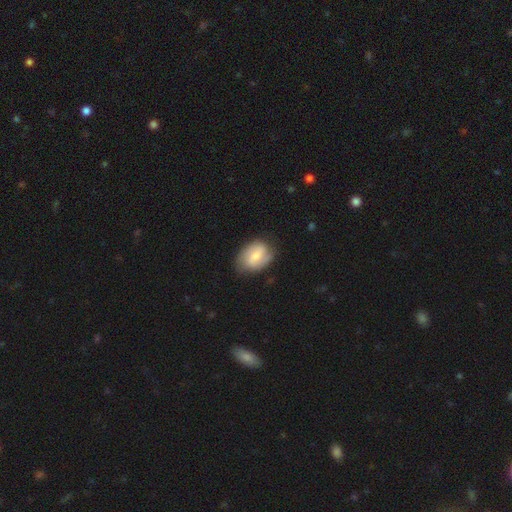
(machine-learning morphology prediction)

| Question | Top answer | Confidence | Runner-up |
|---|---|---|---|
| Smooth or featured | featured or disk | 48% | smooth (46%) |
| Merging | none | 73% | minor disturbance (21%) |